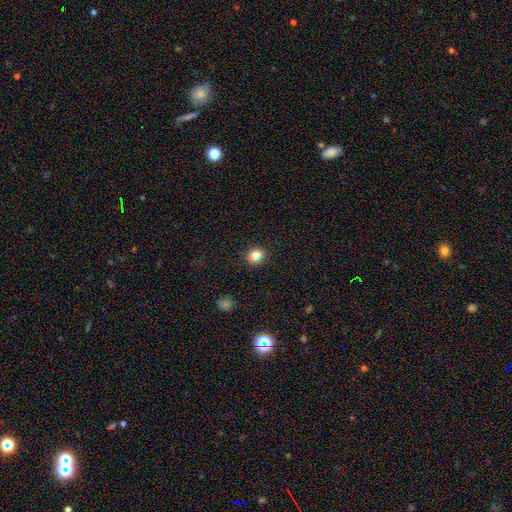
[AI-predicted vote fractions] A smooth galaxy with no disk features (81%) that is round (55%).

Vote fractions:
- Smooth or featured? smooth: 81% / star or artifact: 11% / featured or disk: 7%
- How rounded? round: 55% / in between: 43% / cigar-shaped: 1%
- Merging? none: 89% / minor disturbance: 8% / major disturbance: 2% / merger: 1%